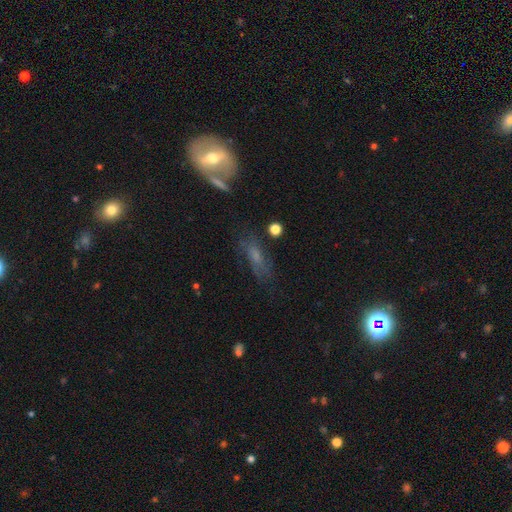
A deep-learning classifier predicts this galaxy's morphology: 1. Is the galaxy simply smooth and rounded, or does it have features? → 42% featured or disk, 41% smooth, 17% star or artifact.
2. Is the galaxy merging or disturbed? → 56% none, 22% minor disturbance, 15% major disturbance, 6% merger.